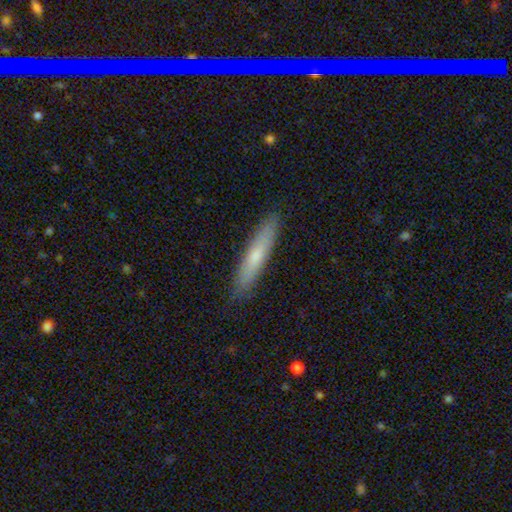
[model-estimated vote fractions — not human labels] Smooth or featured?
  - smooth: 66% *
  - featured or disk: 28%
  - star or artifact: 6%
How rounded?
  - cigar-shaped: 91% *
  - in between: 8%
  - round: 1%
Merging?
  - none: 89% *
  - minor disturbance: 9%
  - major disturbance: 2%
  - merger: 1%